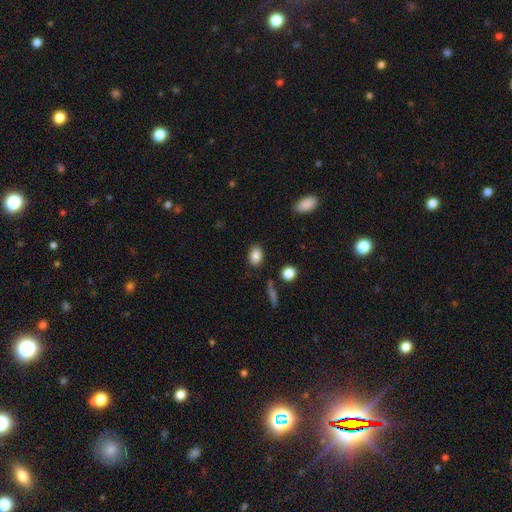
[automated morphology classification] Overall: smooth (86%). How rounded: in between (81%). Merging: none (85%).